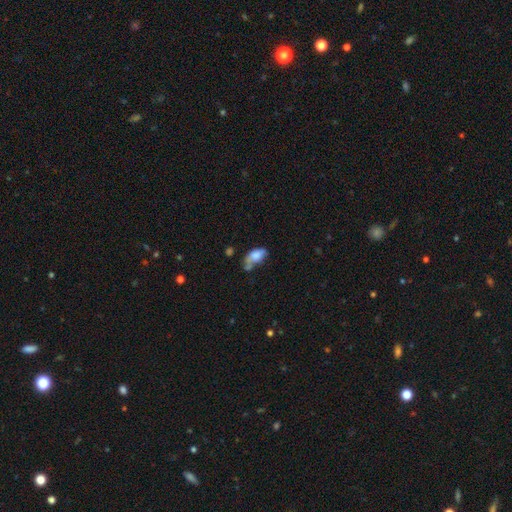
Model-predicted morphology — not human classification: Smooth or featured?
  - smooth: 75% *
  - featured or disk: 17%
  - star or artifact: 9%
How rounded?
  - in between: 90% *
  - round: 6%
  - cigar-shaped: 4%
Merging?
  - none: 30% * (tied)
  - minor disturbance: 30% * (tied)
  - merger: 22%
  - major disturbance: 17%